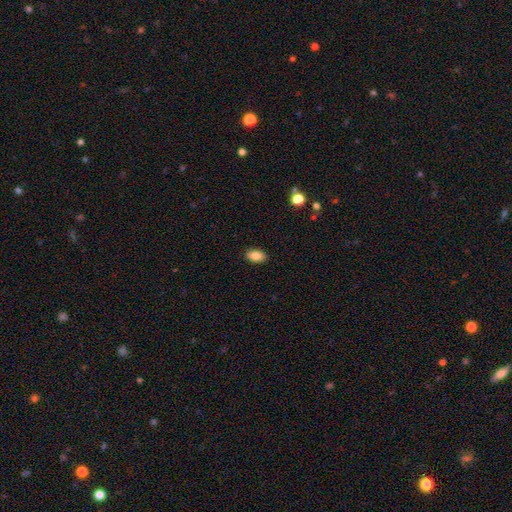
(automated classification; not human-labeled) Morphology: type=smooth (86%); roundness=in between (91%); merging=none (90%).